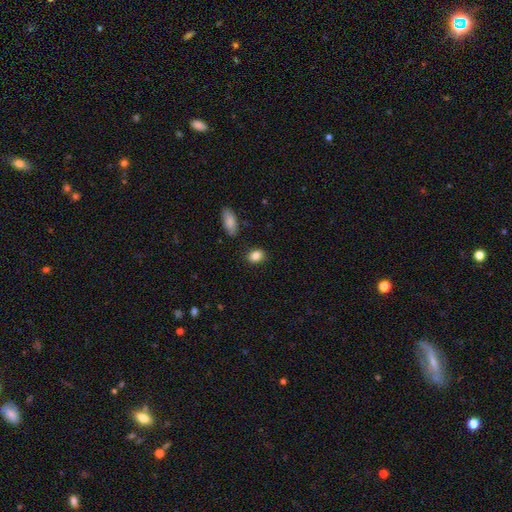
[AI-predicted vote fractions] Overall: smooth (86%). How rounded: in between (66%; round 32%). Merging: none (85%).